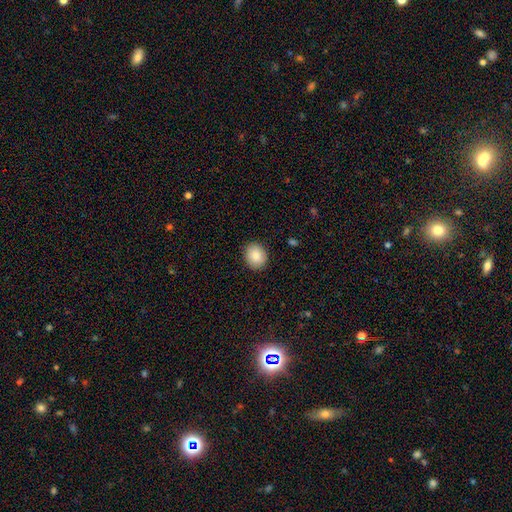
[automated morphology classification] smooth_or_featured: smooth (p=0.87) [alt: star or artifact p=0.07]
how_rounded: round (p=0.62) [alt: in between p=0.37]
merging: none (p=0.89) [alt: minor disturbance p=0.08]